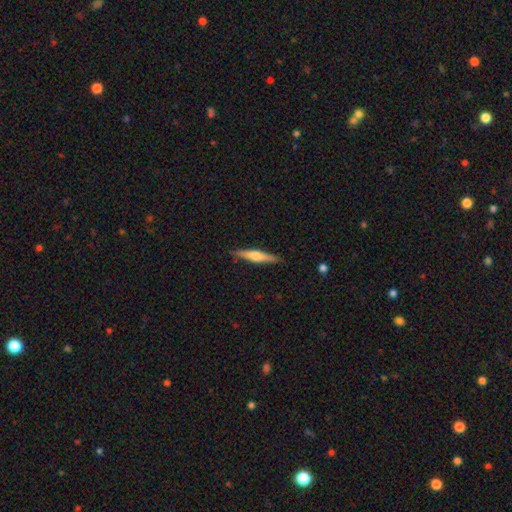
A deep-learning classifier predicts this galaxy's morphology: This is possibly a featured or disk galaxy (58%). It is clearly viewed edge-on (97%). Edge-on bulge: clearly rounded (85%). Merging: clearly none (89%).